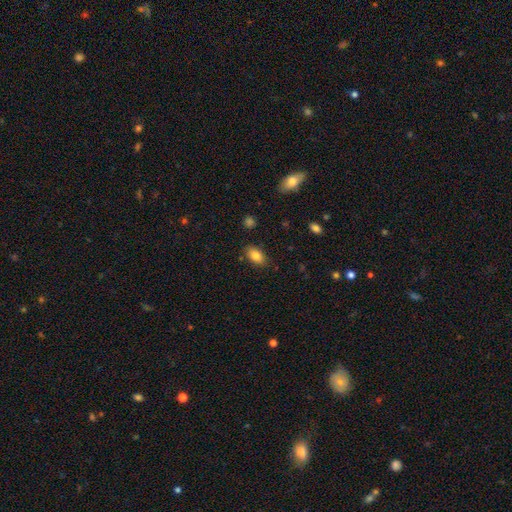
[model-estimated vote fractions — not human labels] This is clearly a smooth galaxy (83%). How rounded: clearly in between (90%). Merging: clearly none (83%).